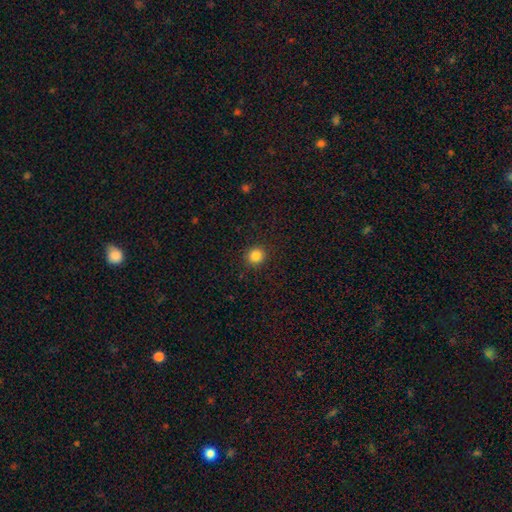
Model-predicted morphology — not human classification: smooth 85%, star or artifact 11%, featured or disk 4%. Down the decision tree: how rounded — round (88%); merging — none (91%).